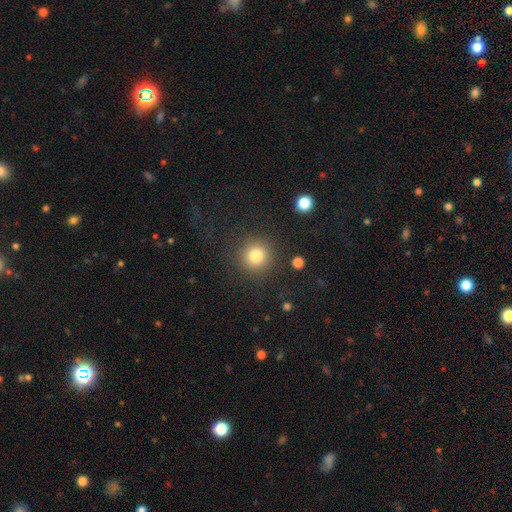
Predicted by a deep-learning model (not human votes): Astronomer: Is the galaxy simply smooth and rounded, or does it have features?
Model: smooth — 81%.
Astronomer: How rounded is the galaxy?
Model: round — 94%.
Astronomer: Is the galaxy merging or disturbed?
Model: none — 86%.